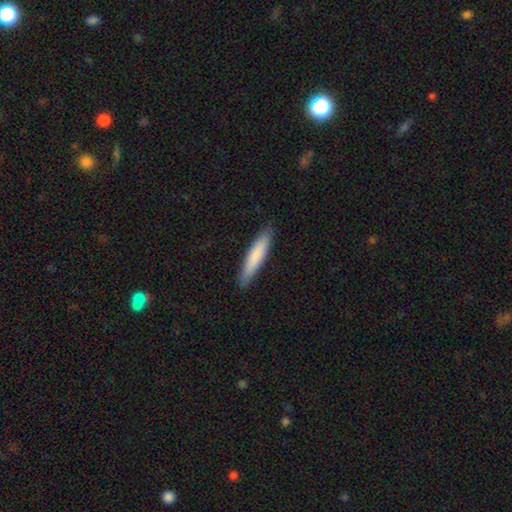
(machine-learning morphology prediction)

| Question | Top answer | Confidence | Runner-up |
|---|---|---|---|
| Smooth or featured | smooth | 81% | featured or disk (14%) |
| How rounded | cigar-shaped | 85% | in between (14%) |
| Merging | none | 88% | minor disturbance (9%) |